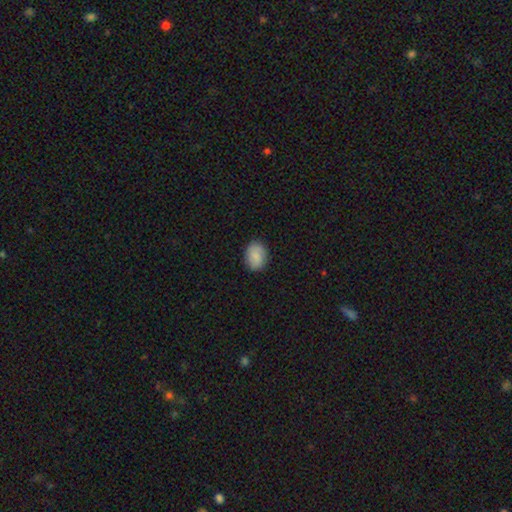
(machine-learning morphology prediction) This appears to be a smooth galaxy with no disk features (84%) that is in between round and cigar-shaped (68%). Merging: none (86%).